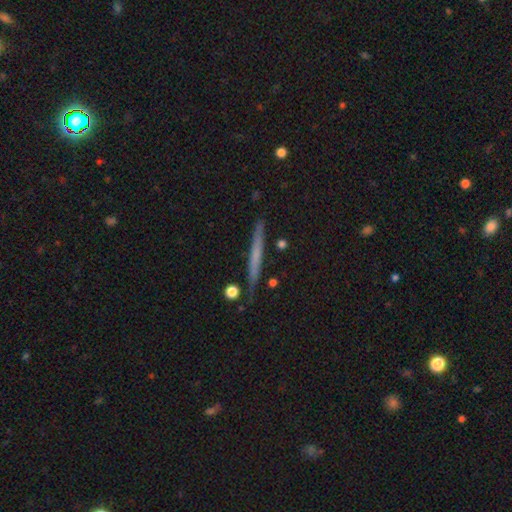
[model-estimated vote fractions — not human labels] Smooth or featured?
  - smooth: 47% *
  - featured or disk: 46%
  - star or artifact: 7%
Merging?
  - none: 87% *
  - minor disturbance: 9%
  - merger: 2%
  - major disturbance: 2%